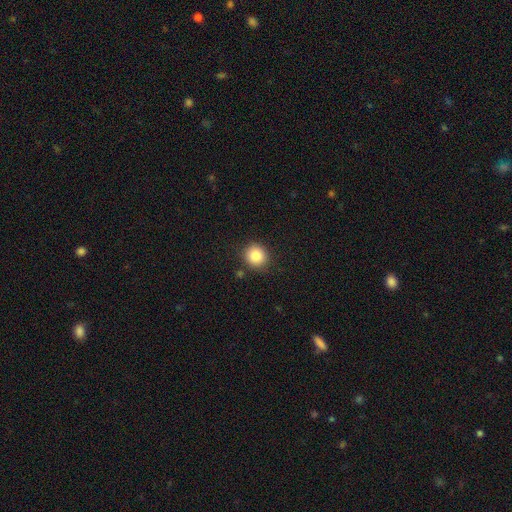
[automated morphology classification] smooth_or_featured: smooth (p=0.86) [alt: star or artifact p=0.09]
how_rounded: round (p=0.88) [alt: in between p=0.11]
merging: none (p=0.86) [alt: minor disturbance p=0.10]